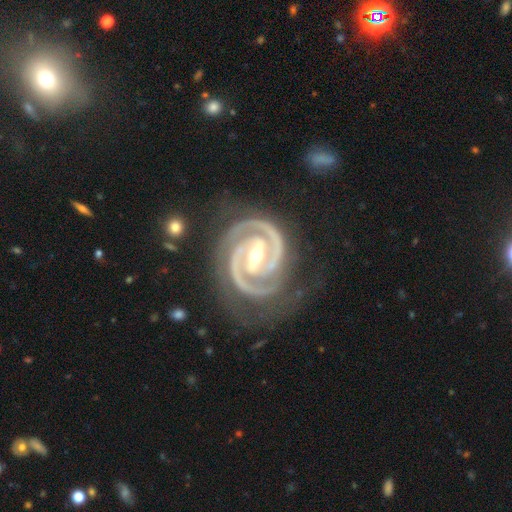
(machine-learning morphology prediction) Overall: featured or disk (95%). Edge-on disk: no (98%). Bar: strong (63%; weak 28%). Spiral arms: yes (99%). Spiral arm count: 2 (91%). Spiral winding: tight (74%). Bulge size: moderate (63%; small 32%). Merging: none (73%).